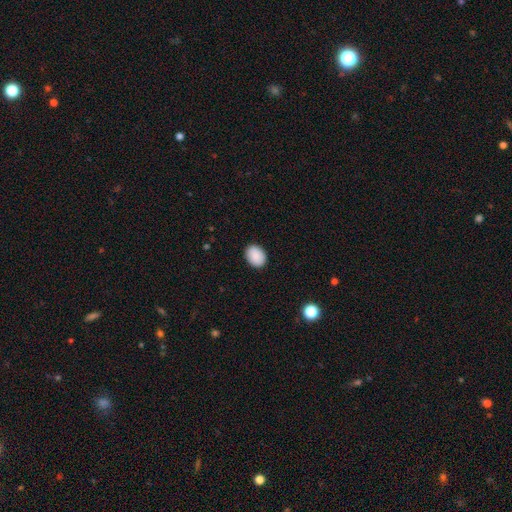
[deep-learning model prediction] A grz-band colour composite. It shows a smooth galaxy with no disk features (90%) that is in between round and cigar-shaped (69%). Merging: none (89%).